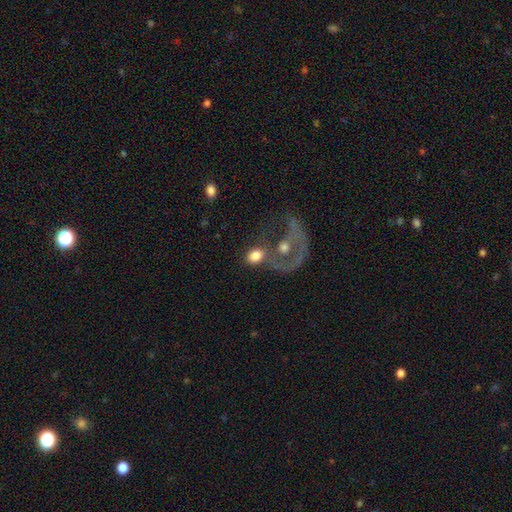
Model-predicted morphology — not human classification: A smooth galaxy with no disk features (68%) that is in between round and cigar-shaped (54%). Merging: merger (42%).